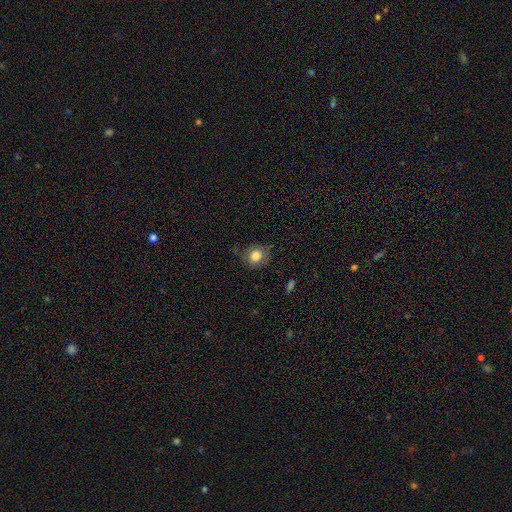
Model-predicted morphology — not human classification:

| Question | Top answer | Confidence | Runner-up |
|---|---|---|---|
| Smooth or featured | smooth | 82% | star or artifact (10%) |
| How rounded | round | 79% | in between (20%) |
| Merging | none | 74% | minor disturbance (19%) |